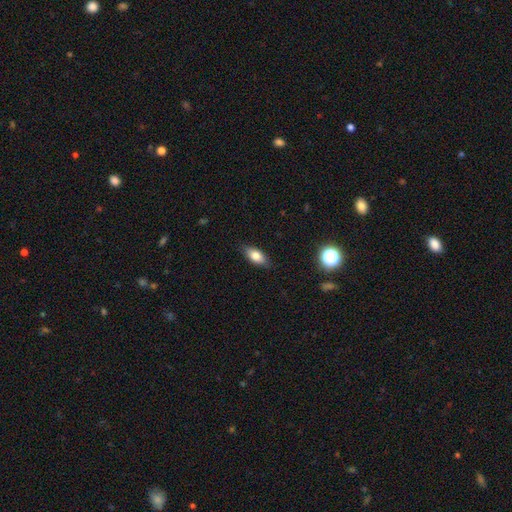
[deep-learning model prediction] Smooth or featured? smooth (77%)
How rounded? in between (84%)
Merging? none (86%)